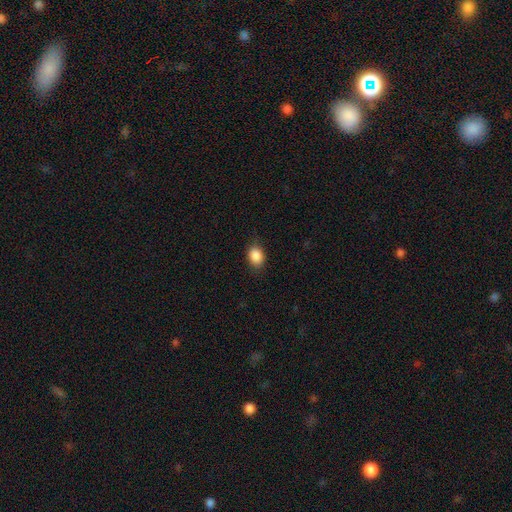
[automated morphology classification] This appears to be a smooth galaxy with no disk features (89%) that is in between round and cigar-shaped (67%). Merging: none (82%).